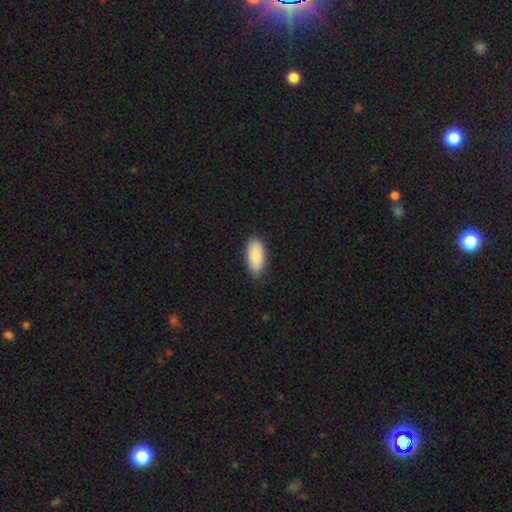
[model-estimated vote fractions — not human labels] Q: Smooth or featured?
A: smooth (85%); runner-up: featured or disk (9%)
Q: How rounded?
A: in between (92%); runner-up: cigar-shaped (5%)
Q: Merging?
A: none (80%); runner-up: minor disturbance (16%)